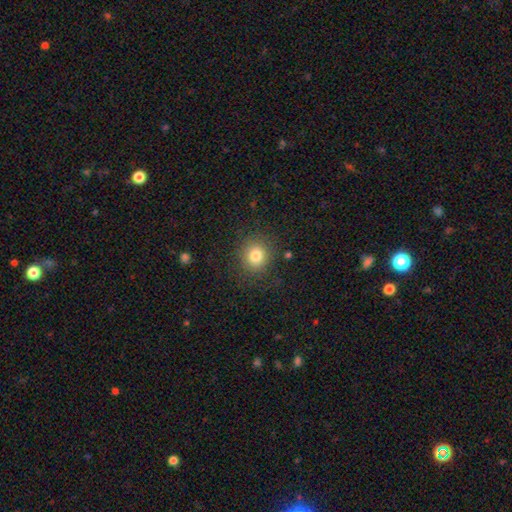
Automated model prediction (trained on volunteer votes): This appears to be a smooth galaxy with no disk features (80%) that is round (83%). Merging: none (85%).